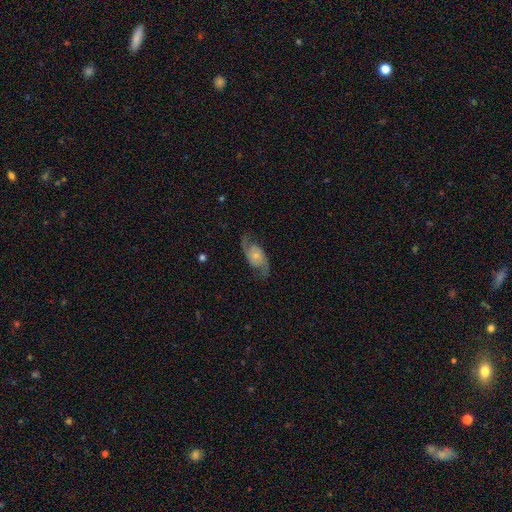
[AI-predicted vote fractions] Q: Smooth or featured?
A: featured or disk (81%); runner-up: smooth (12%)
Q: Edge-on disk?
A: no (96%); runner-up: yes (4%)
Q: Bar?
A: no (66%); runner-up: weak (28%)
Q: Spiral arms?
A: yes (96%); runner-up: no (4%)
Q: Spiral winding?
A: medium (45%); runner-up: loose (41%)
Q: Spiral arm count?
A: 2 (92%); runner-up: can't tell (3%)
Q: Bulge size?
A: small (53%); runner-up: moderate (33%)
Q: Merging?
A: none (77%); runner-up: minor disturbance (15%)